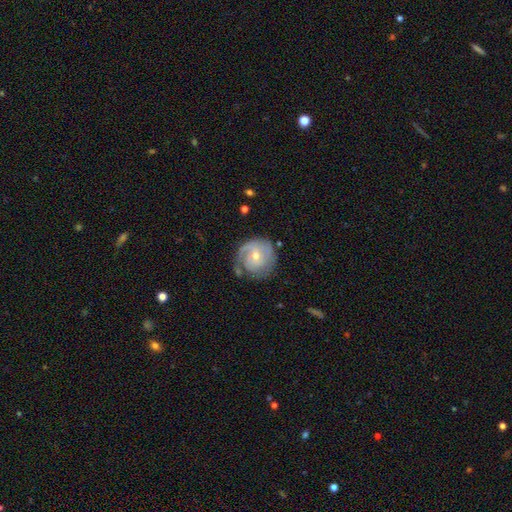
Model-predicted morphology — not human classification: Smooth or featured: featured or disk — 78% (smooth — 15%)
Edge-on disk: no — 98% (yes — 2%)
Bar: no — 65% (weak — 29%)
Spiral arms: yes — 92% (no — 8%)
Spiral winding: tight — 66% (medium — 26%)
Spiral arm count: 2 — 37% (can't tell — 24%)
Bulge size: small — 56% (moderate — 41%)
Merging: none — 69% (minor disturbance — 20%)